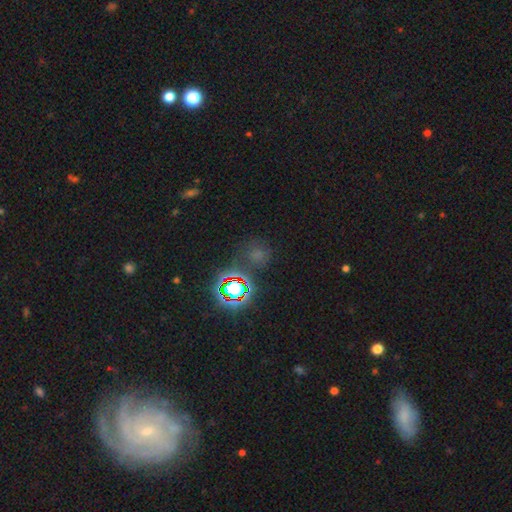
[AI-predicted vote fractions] Smooth or featured? star or artifact (56%)